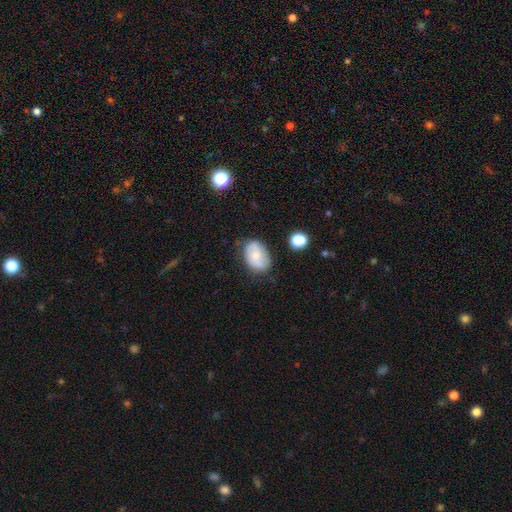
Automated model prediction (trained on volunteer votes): smooth_or_featured: smooth (p=0.56) [alt: featured or disk p=0.37]
how_rounded: in between (p=0.81) [alt: round p=0.18]
merging: none (p=0.69) [alt: minor disturbance p=0.23]